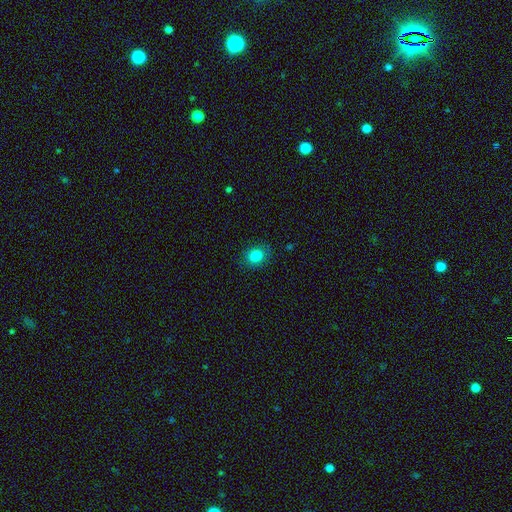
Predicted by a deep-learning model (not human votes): A smooth galaxy with no disk features (85%) that is in between round and cigar-shaped (51%).

Vote fractions:
- Smooth or featured? smooth: 85% / star or artifact: 10% / featured or disk: 5%
- How rounded? in between: 51% / round: 48% / cigar-shaped: 1%
- Merging? none: 83% / minor disturbance: 12% / major disturbance: 4% / merger: 1%